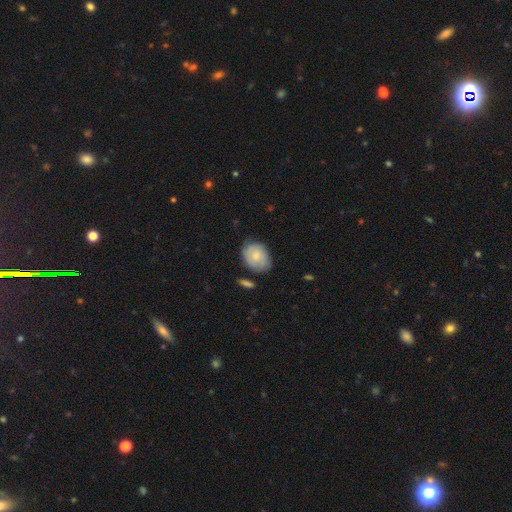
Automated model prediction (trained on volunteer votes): Smooth or featured?
  - smooth: 78% *
  - featured or disk: 16%
  - star or artifact: 6%
How rounded?
  - in between: 62% *
  - round: 37%
  - cigar-shaped: 1%
Merging?
  - none: 69% *
  - minor disturbance: 23%
  - major disturbance: 5%
  - merger: 4%